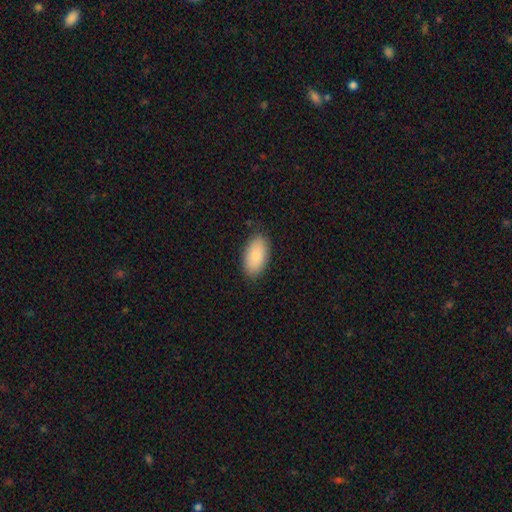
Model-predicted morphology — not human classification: This appears to be a smooth galaxy with no disk features (85%) that is in between round and cigar-shaped (95%). Merging: none (85%).